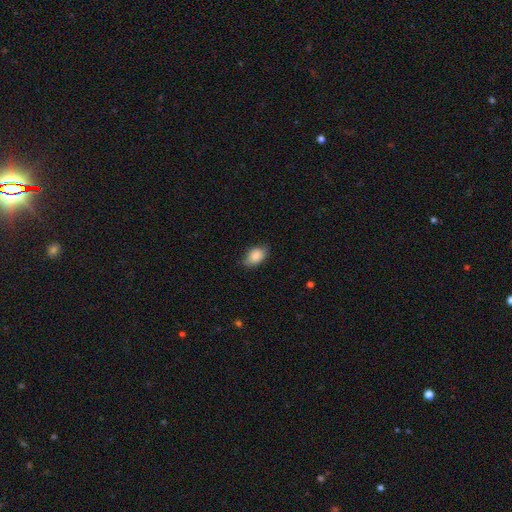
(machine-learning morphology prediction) smooth-or-featured: smooth: 87% | star or artifact: 7% | featured or disk: 6%
  how-rounded: in between: 90% | round: 8% | cigar-shaped: 2%
  merging: none: 78% | minor disturbance: 18% | major disturbance: 3% | merger: 1%